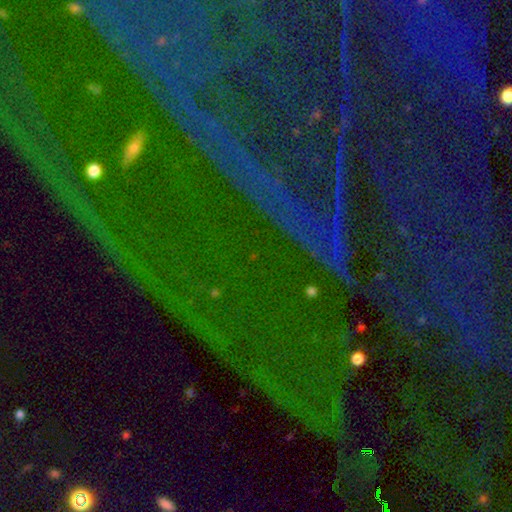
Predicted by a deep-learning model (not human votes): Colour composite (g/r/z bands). It shows a star or artifact, not a galaxy (86%).